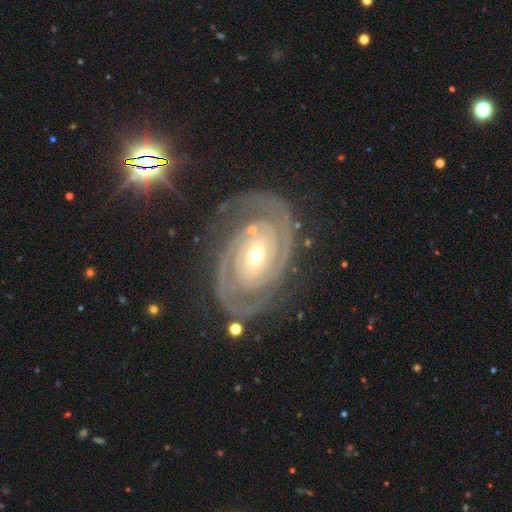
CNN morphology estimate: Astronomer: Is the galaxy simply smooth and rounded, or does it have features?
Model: featured or disk — 91%.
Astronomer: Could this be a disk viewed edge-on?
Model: no — 97%.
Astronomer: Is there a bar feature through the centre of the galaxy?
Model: no — 60%.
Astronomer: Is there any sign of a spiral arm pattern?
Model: yes — 97%.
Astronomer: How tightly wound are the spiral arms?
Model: tight — 76%.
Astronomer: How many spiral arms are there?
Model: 2 — 80%.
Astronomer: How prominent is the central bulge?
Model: moderate — 55% (runner-up: small, 40%).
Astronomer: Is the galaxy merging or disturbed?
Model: none — 74%.